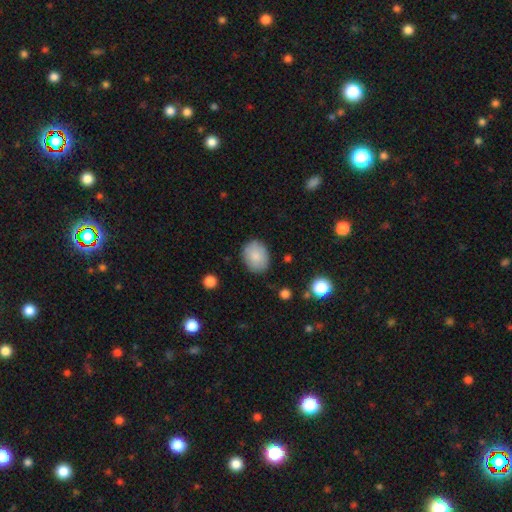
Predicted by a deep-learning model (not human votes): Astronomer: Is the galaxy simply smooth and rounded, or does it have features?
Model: smooth — 85%.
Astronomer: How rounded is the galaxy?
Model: in between — 65%.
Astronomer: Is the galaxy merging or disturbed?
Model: none — 83%.